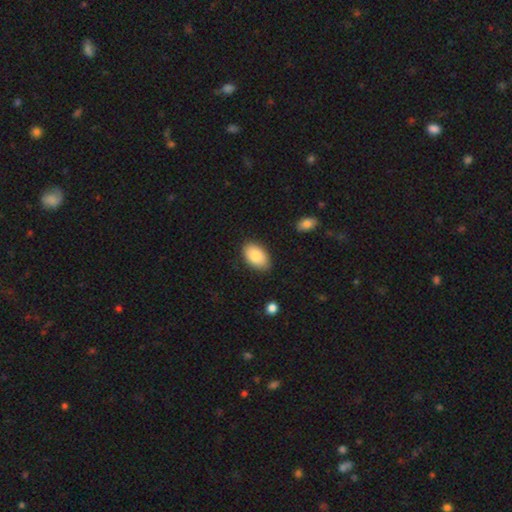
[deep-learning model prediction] Q: Smooth or featured?
A: smooth (86%); runner-up: featured or disk (8%)
Q: How rounded?
A: in between (94%); runner-up: round (5%)
Q: Merging?
A: none (82%); runner-up: minor disturbance (14%)